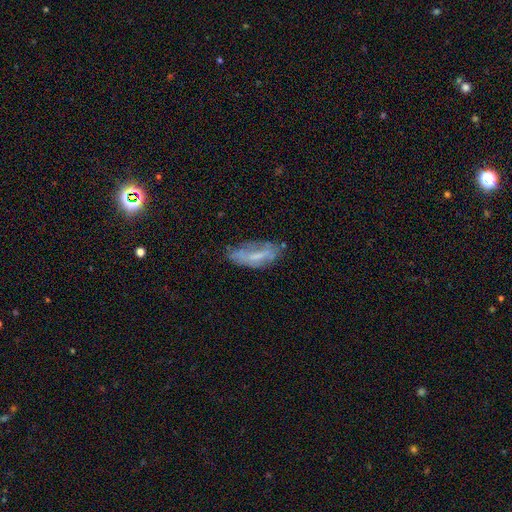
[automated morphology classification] This appears to be a smooth galaxy with no disk features (48%). Merging: none (49%).